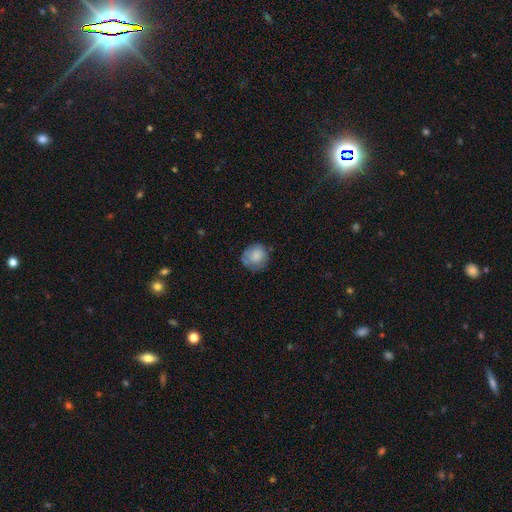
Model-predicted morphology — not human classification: Q: Smooth or featured?
A: smooth (78%); runner-up: featured or disk (14%)
Q: How rounded?
A: round (87%); runner-up: in between (12%)
Q: Merging?
A: none (68%); runner-up: minor disturbance (23%)